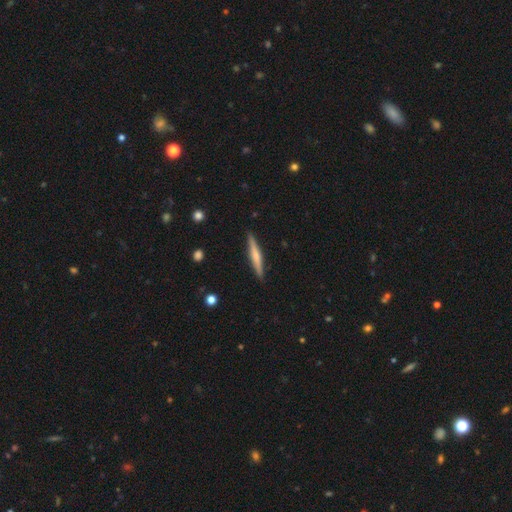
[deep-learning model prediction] Q: Smooth or featured?
A: featured or disk (49%); runner-up: smooth (45%)
Q: Merging?
A: none (91%); runner-up: minor disturbance (7%)